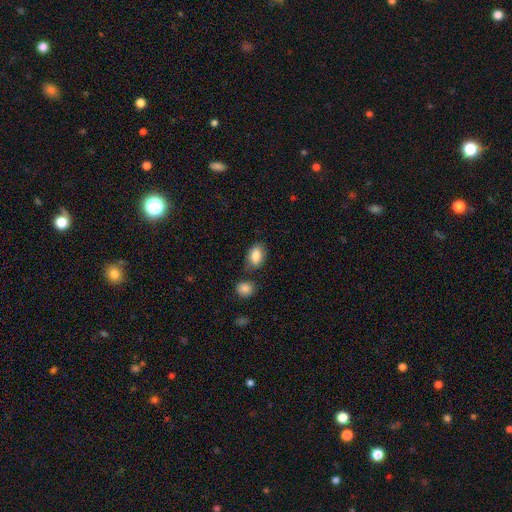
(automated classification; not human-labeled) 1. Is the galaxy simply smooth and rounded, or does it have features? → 84% smooth, 9% featured or disk, 7% star or artifact.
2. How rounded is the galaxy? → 88% in between, 10% round, 2% cigar-shaped.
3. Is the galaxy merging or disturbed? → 72% none, 16% minor disturbance, 8% merger, 4% major disturbance.